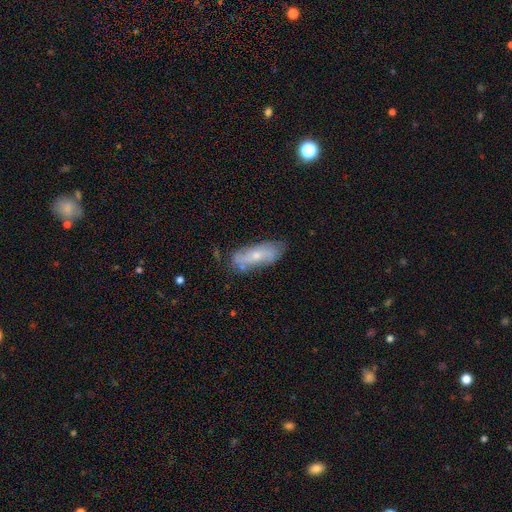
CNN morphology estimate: type=featured or disk (50%); merging=none (69%).